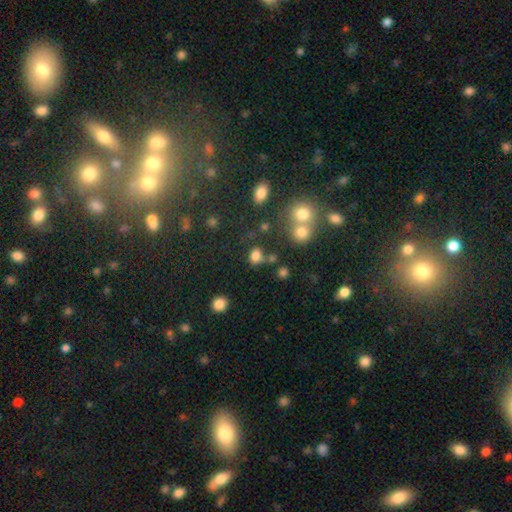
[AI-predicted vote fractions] Smooth or featured?
  - smooth: 78% *
  - star or artifact: 15%
  - featured or disk: 7%
How rounded?
  - in between: 65% *
  - round: 33%
  - cigar-shaped: 2%
Merging?
  - none: 58% *
  - merger: 18%
  - minor disturbance: 17%
  - major disturbance: 7%